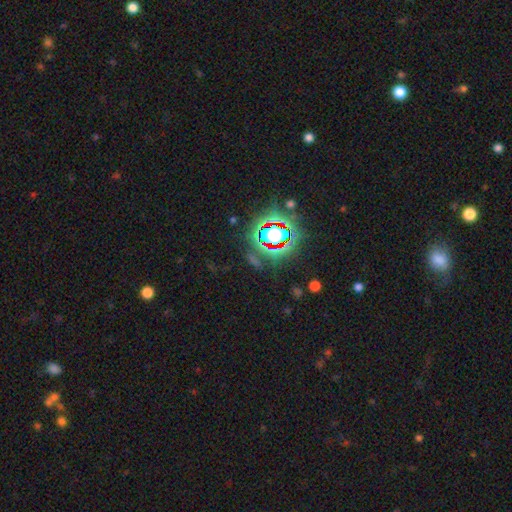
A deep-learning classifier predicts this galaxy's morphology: This appears to be a star or artifact, not a galaxy (80%).